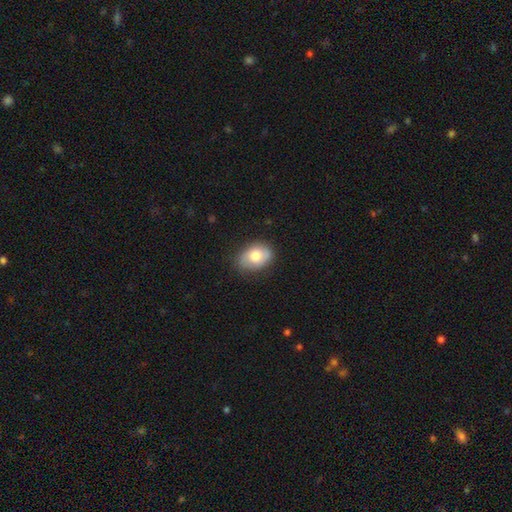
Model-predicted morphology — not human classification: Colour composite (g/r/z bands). It shows a smooth galaxy with no disk features (70%) that is in between round and cigar-shaped (74%). Merging: none (75%).